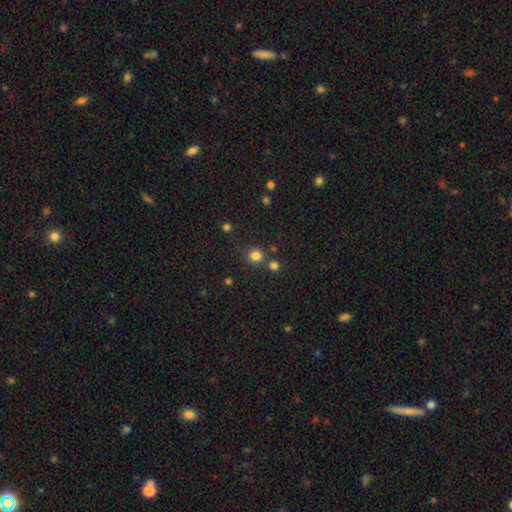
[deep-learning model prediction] The model was most divided on "smooth or featured": smooth: 80%, star or artifact: 16%, featured or disk: 4%. More confident: how rounded — round (90%); merging — none (78%).